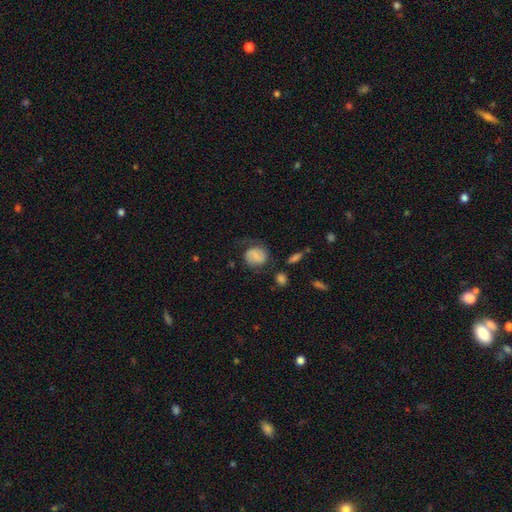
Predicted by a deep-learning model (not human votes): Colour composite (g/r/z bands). It shows a smooth galaxy with no disk features (55%) that is round (66%). Merging: none (52%).